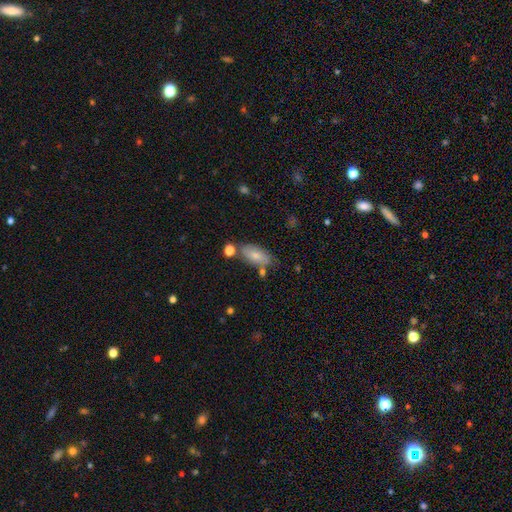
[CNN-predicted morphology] Smooth or featured: smooth — 71% (featured or disk — 22%)
How rounded: in between — 88% (cigar-shaped — 9%)
Merging: none — 65% (minor disturbance — 20%)